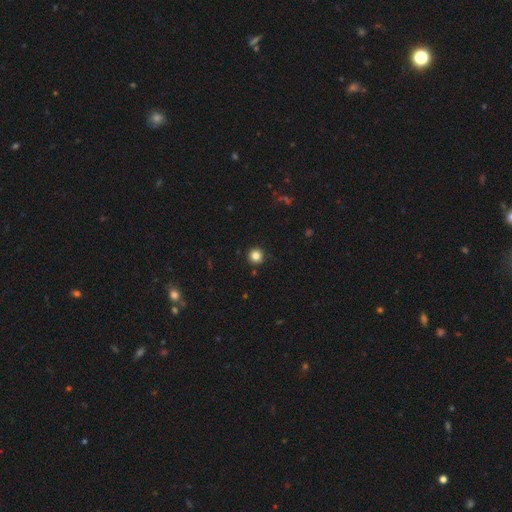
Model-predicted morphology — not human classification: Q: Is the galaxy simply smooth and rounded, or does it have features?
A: smooth — 83%.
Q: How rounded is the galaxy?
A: round — 95%.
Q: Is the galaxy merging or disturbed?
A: none — 92%.